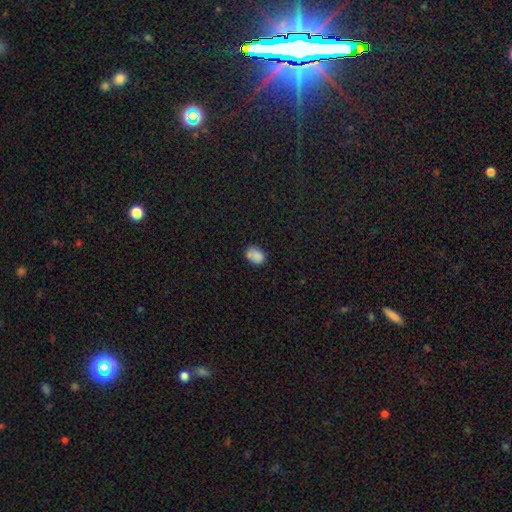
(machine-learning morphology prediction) type=smooth (79%); roundness=in between (64%); merging=none (51%).